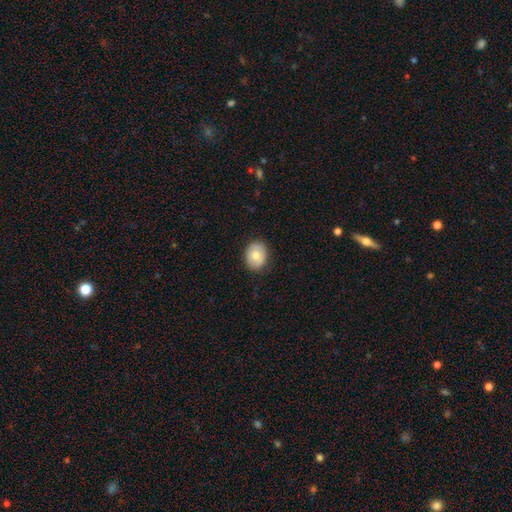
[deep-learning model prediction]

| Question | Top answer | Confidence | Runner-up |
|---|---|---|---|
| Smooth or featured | smooth | 75% | featured or disk (18%) |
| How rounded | in between | 51% | round (48%) |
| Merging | none | 86% | minor disturbance (11%) |